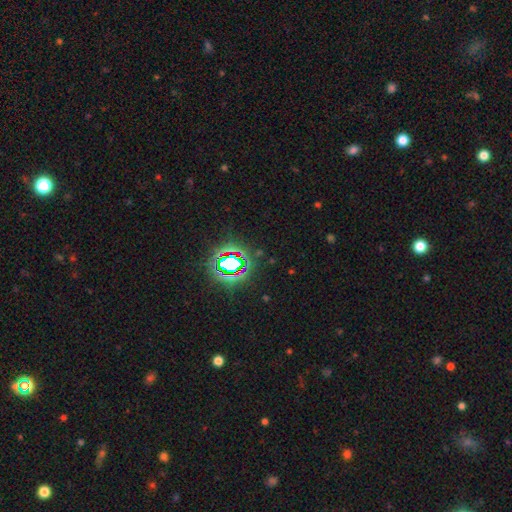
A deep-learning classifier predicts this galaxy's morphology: Smooth or featured? star or artifact (79%)